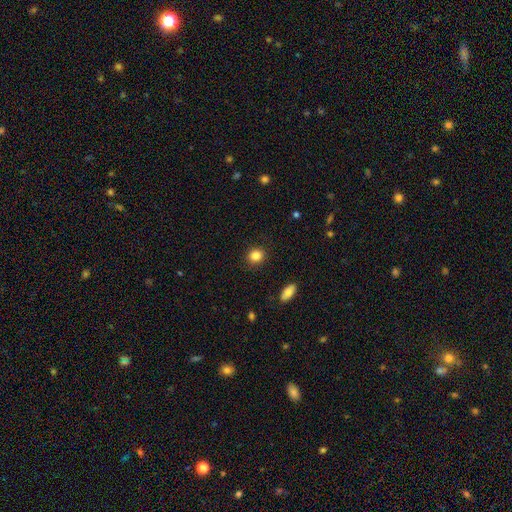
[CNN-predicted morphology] smooth-or-featured: smooth: 85% | star or artifact: 10% | featured or disk: 5%
  how-rounded: round: 76% | in between: 22% | cigar-shaped: 1%
  merging: none: 89% | minor disturbance: 7% | major disturbance: 2% | merger: 1%